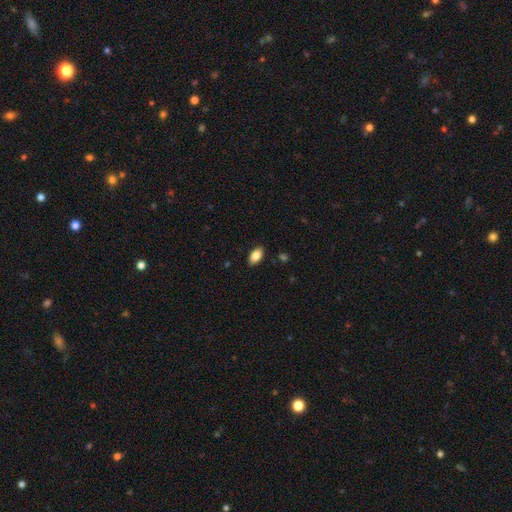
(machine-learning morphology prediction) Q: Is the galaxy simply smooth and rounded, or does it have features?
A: smooth — 83%.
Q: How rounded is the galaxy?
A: in between — 92%.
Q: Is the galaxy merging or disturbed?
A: none — 88%.